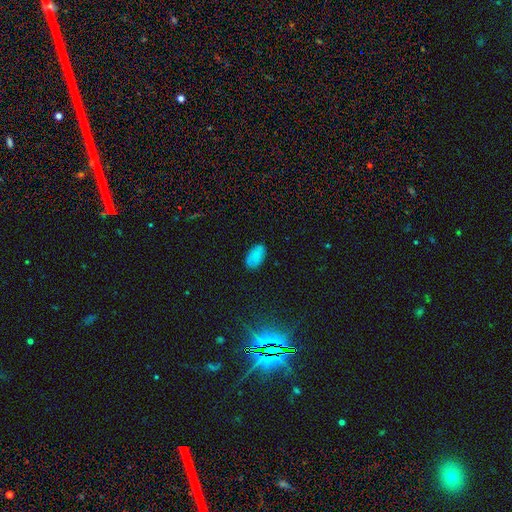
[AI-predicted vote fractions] Smooth or featured?
  - smooth: 84% *
  - star or artifact: 10%
  - featured or disk: 5%
How rounded?
  - in between: 94% *
  - round: 4%
  - cigar-shaped: 2%
Merging?
  - none: 85% *
  - minor disturbance: 12%
  - major disturbance: 3%
  - merger: 1%